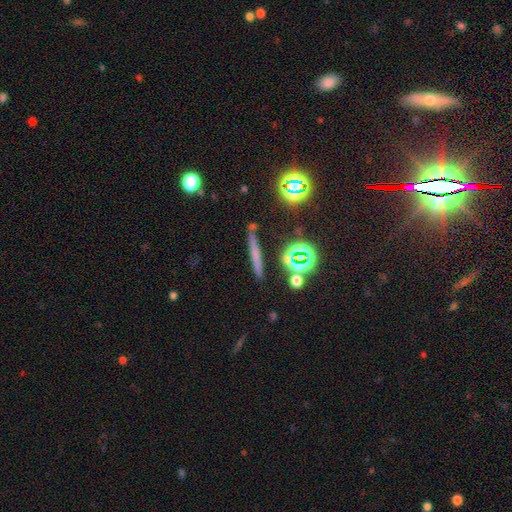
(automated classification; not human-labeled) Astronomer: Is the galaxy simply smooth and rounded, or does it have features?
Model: smooth — 48% (runner-up: featured or disk, 30%).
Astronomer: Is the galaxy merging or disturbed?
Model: none — 82%.